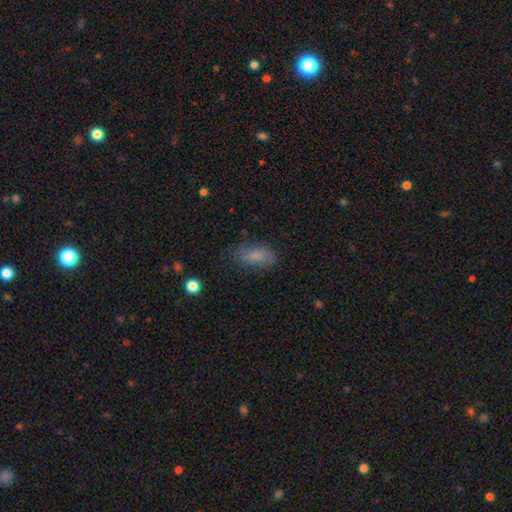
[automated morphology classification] smooth 72%, featured or disk 18%, star or artifact 9%. Down the decision tree: how rounded — in between (87%); merging — none (66%).